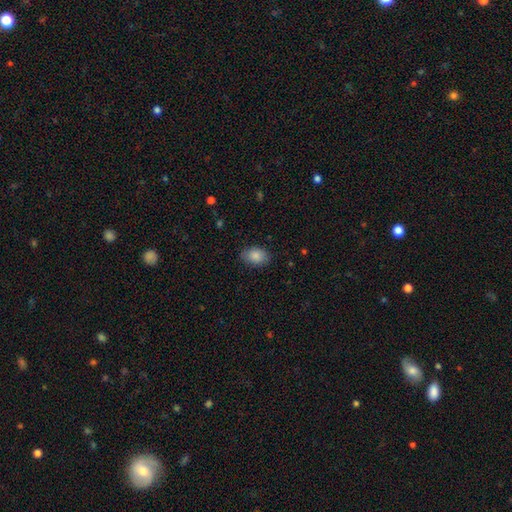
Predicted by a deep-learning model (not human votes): This appears to be a smooth galaxy with no disk features (86%) that is in between round and cigar-shaped (83%). Merging: none (82%).